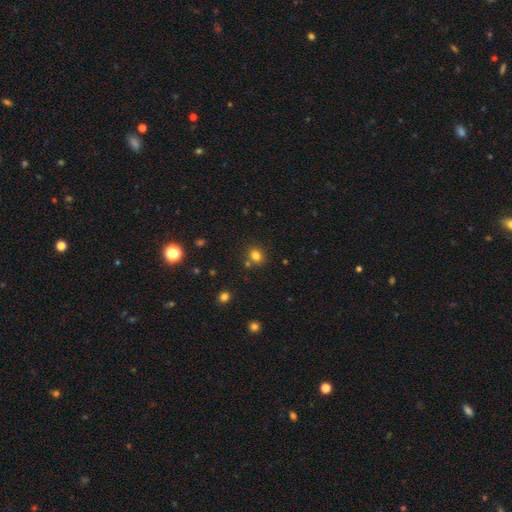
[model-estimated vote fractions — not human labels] Smooth or featured? smooth (79%)
How rounded? round (71%)
Merging? none (74%)